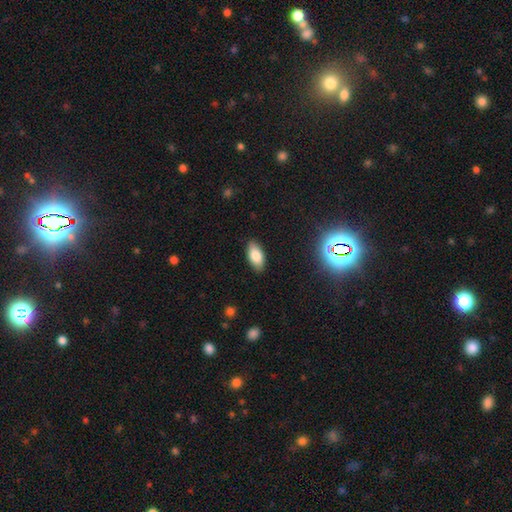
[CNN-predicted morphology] smooth_or_featured: smooth (p=0.81) [alt: featured or disk p=0.10]
how_rounded: in between (p=0.91) [alt: cigar-shaped p=0.06]
merging: none (p=0.88) [alt: minor disturbance p=0.09]